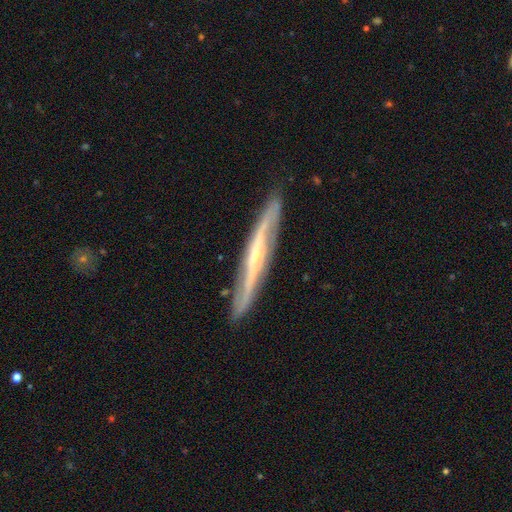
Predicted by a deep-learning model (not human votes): A featured or disk galaxy (80%) viewed edge-on (75%) with a rounded central bulge (64%).

Vote fractions:
- Smooth or featured? featured or disk: 80% / smooth: 15% / star or artifact: 5%
- Edge-on disk? yes: 75% / no: 25%
- Edge-on bulge? rounded: 64% / none: 32% / boxy: 4%
- Merging? none: 84% / minor disturbance: 12% / major disturbance: 2% / merger: 1%